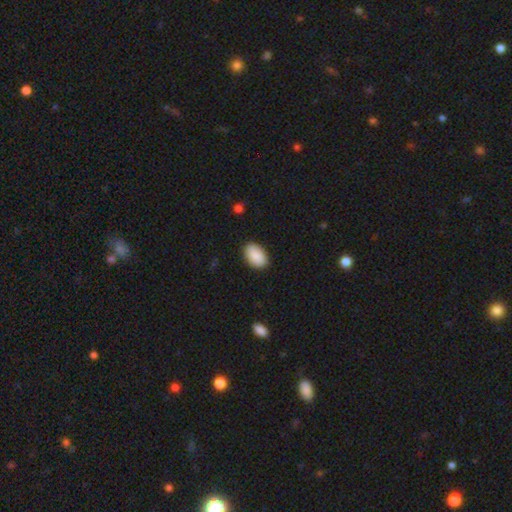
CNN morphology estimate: This is clearly a smooth galaxy (90%). How rounded: clearly in between (91%). Merging: clearly none (87%).